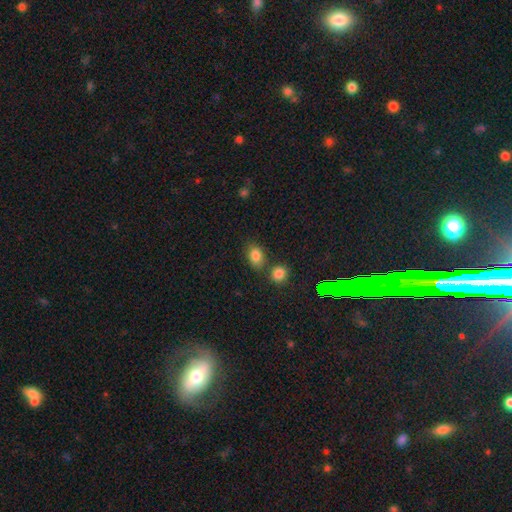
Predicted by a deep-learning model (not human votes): Smooth or featured: smooth — 82% (star or artifact — 12%)
How rounded: in between — 75% (round — 23%)
Merging: none — 68% (merger — 16%)